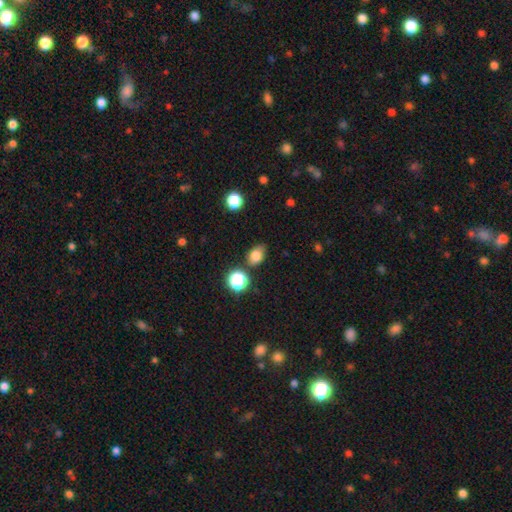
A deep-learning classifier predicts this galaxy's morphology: This appears to be a smooth galaxy with no disk features (80%) that is in between round and cigar-shaped (69%). Merging: none (69%).